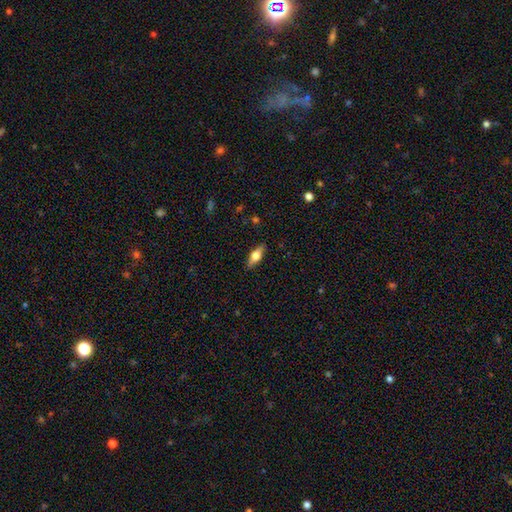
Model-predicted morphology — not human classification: smooth 52%, featured or disk 41%, star or artifact 7%. Down the decision tree: how rounded — in between (63%); merging — none (87%).